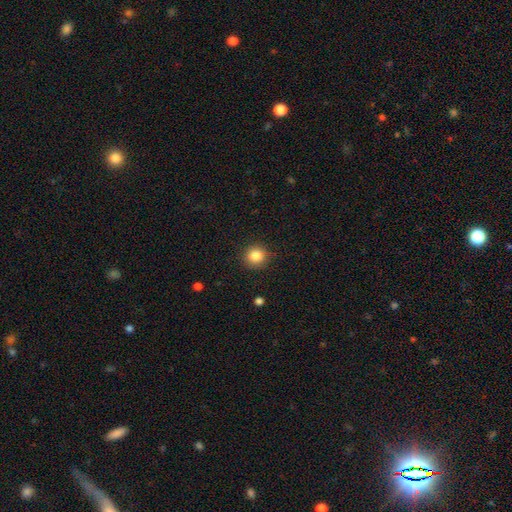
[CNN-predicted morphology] smooth-or-featured: smooth: 85% | star or artifact: 10% | featured or disk: 5%
  how-rounded: round: 90% | in between: 9% | cigar-shaped: 1%
  merging: none: 90% | minor disturbance: 7% | major disturbance: 2% | merger: 1%